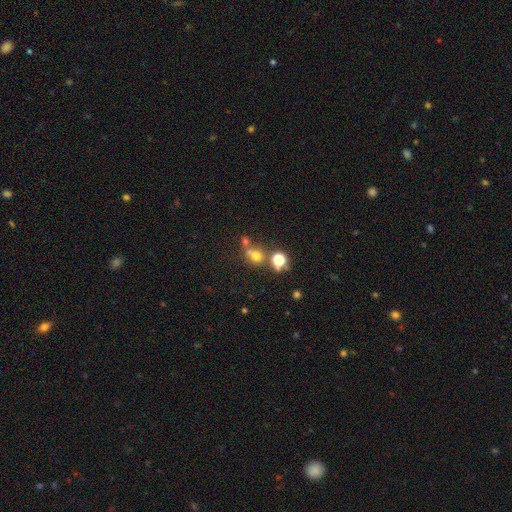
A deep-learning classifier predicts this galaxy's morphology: type=smooth (63%); roundness=round (79%); merging=none (48%).